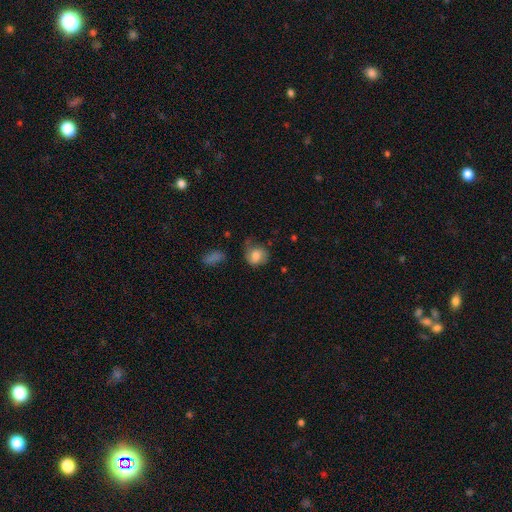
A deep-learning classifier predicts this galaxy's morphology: smooth-or-featured: smooth: 75% | featured or disk: 16% | star or artifact: 9%
  how-rounded: round: 68% | in between: 31% | cigar-shaped: 1%
  merging: none: 52% | minor disturbance: 30% | major disturbance: 14% | merger: 3%